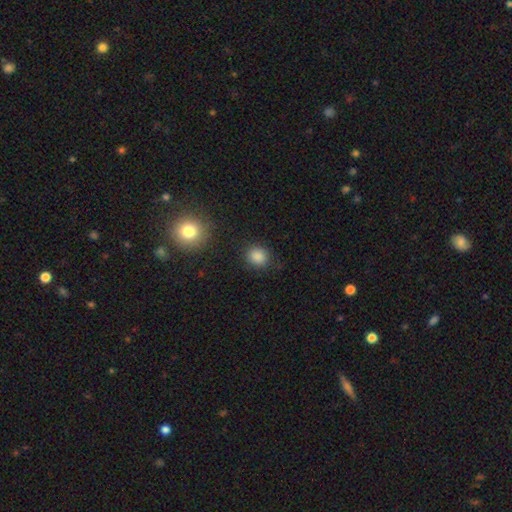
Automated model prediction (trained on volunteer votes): The model was most divided on "how rounded": round: 83%, in between: 16%, cigar-shaped: 1%. More confident: merging — none (87%); smooth or featured — smooth (85%).